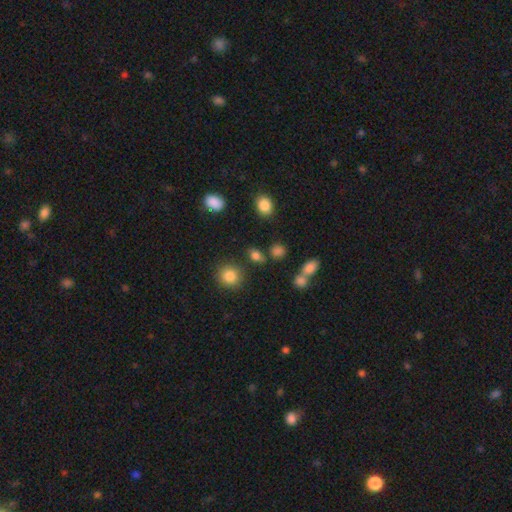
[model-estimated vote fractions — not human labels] Morphology: type=smooth (78%); roundness=round (52%); merging=none (72%).